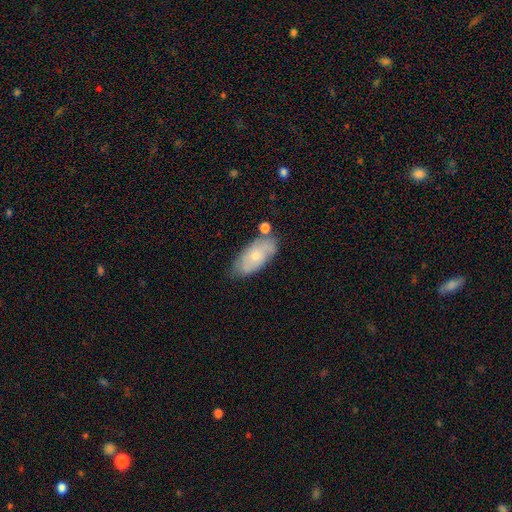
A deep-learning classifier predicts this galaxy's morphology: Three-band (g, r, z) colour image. It shows a smooth galaxy with no disk features (56%) that is in between round and cigar-shaped (89%). Merging: none (62%).